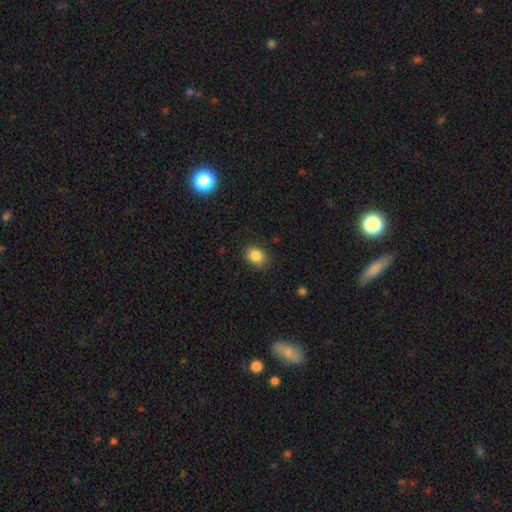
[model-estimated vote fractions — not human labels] smooth_or_featured: smooth (p=0.86) [alt: star or artifact p=0.10]
how_rounded: in between (p=0.63) [alt: round p=0.36]
merging: none (p=0.82) [alt: minor disturbance p=0.14]